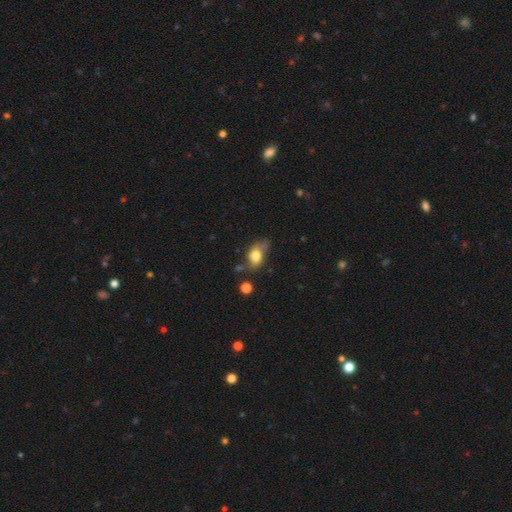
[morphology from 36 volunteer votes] This is clearly a smooth galaxy (86%). How rounded: clearly in between (81%). Merging: possibly minor disturbance (47%).